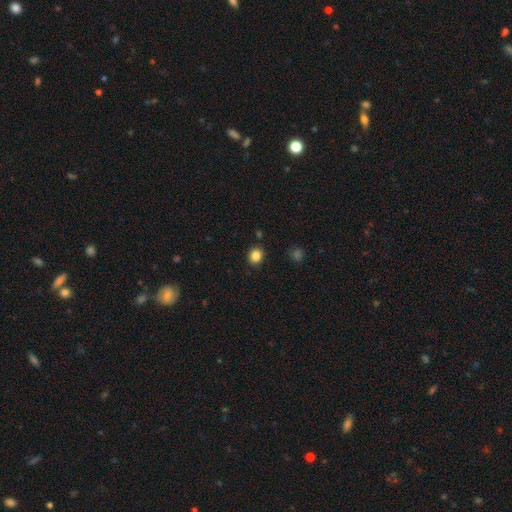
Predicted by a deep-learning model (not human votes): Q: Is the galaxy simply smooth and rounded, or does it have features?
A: smooth — 85%.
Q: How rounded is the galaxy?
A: round — 74%.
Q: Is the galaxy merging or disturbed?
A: none — 88%.